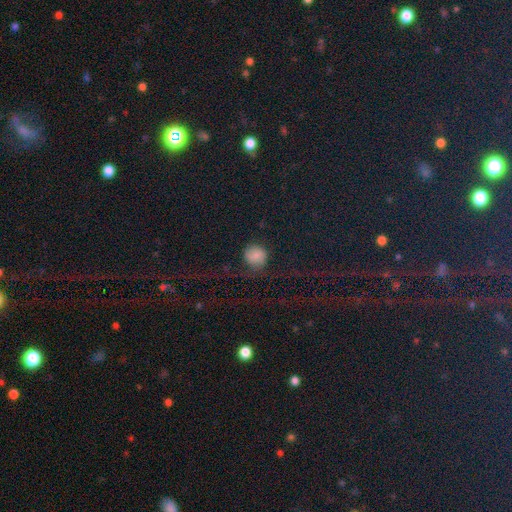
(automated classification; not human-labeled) smooth-or-featured: smooth: 65% | featured or disk: 19% | star or artifact: 16%
  how-rounded: round: 86% | in between: 13% | cigar-shaped: 1%
  merging: none: 61% | major disturbance: 20% | minor disturbance: 17% | merger: 3%